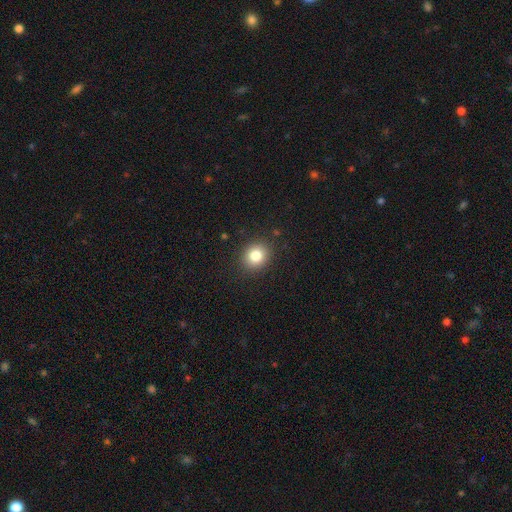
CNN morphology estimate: Smooth or featured?
  - smooth: 81% *
  - star or artifact: 11%
  - featured or disk: 8%
How rounded?
  - round: 73% *
  - in between: 26%
  - cigar-shaped: 1%
Merging?
  - none: 89% *
  - minor disturbance: 7%
  - major disturbance: 3%
  - merger: 1%